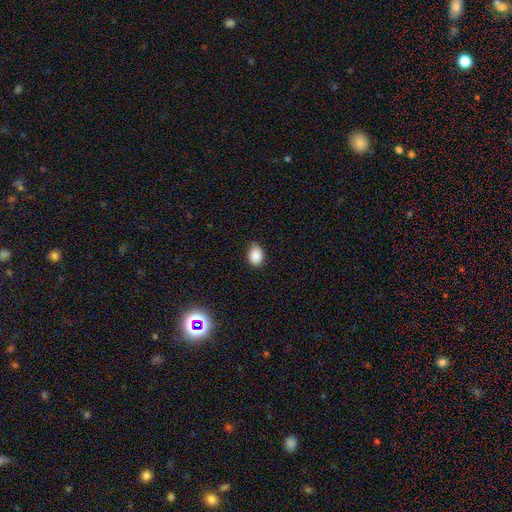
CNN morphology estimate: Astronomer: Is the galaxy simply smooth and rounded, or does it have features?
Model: smooth — 88%.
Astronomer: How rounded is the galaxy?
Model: in between — 64%.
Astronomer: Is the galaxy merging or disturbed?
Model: none — 74%.